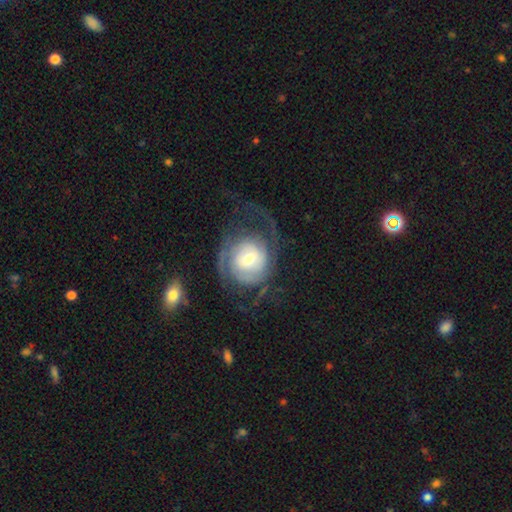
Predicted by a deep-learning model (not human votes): This is likely a featured or disk galaxy (78%). It is clearly not viewed edge-on (97%). Bar: possibly no (57%). Spiral arm pattern: clearly yes (91%). Spiral arm count: possibly 2 (50%). Spiral winding: marginally tight (41%). Central bulge: marginally moderate (44%). Merging: possibly none (52%).